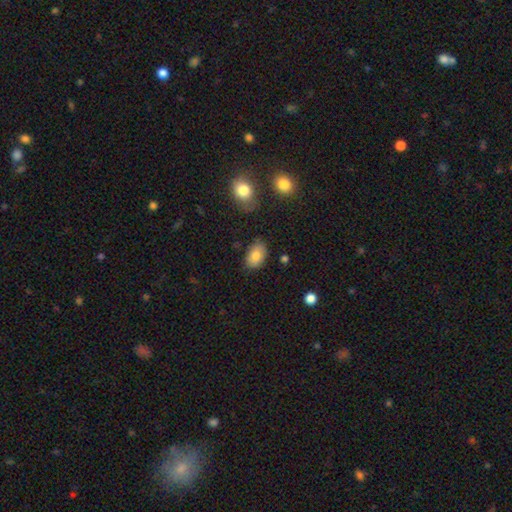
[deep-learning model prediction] smooth 82%, featured or disk 10%, star or artifact 8%. Down the decision tree: how rounded — in between (90%); merging — none (78%).